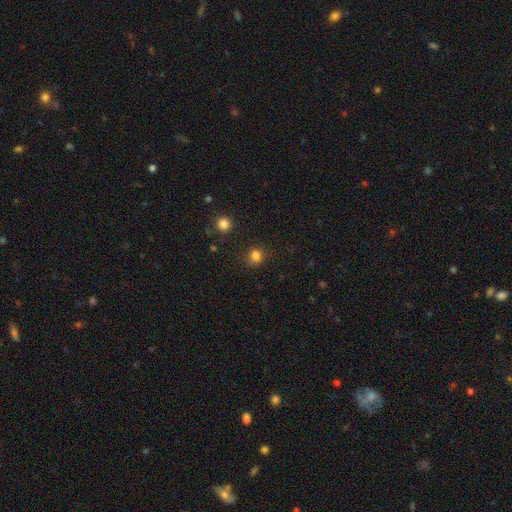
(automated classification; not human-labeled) This appears to be a smooth galaxy with no disk features (81%) that is round (81%). Merging: none (80%).